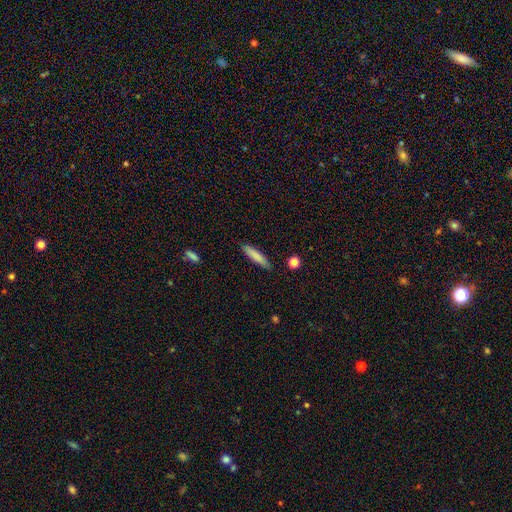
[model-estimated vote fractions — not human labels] Morphology: type=smooth (81%); roundness=cigar-shaped (84%); merging=none (87%).